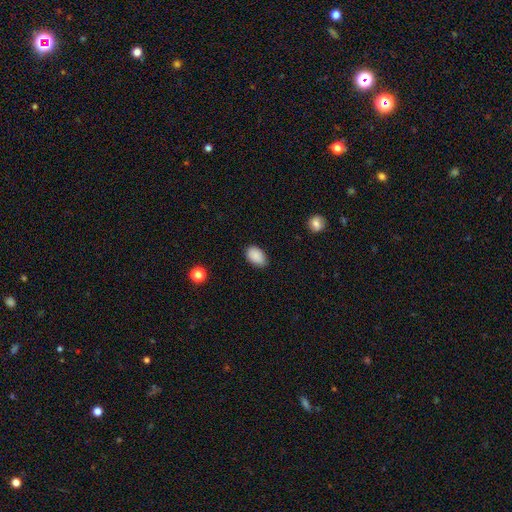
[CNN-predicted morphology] Smooth or featured?
  - smooth: 88% *
  - star or artifact: 8%
  - featured or disk: 4%
How rounded?
  - in between: 90% *
  - round: 8%
  - cigar-shaped: 1%
Merging?
  - none: 81% *
  - minor disturbance: 15%
  - major disturbance: 3%
  - merger: 1%